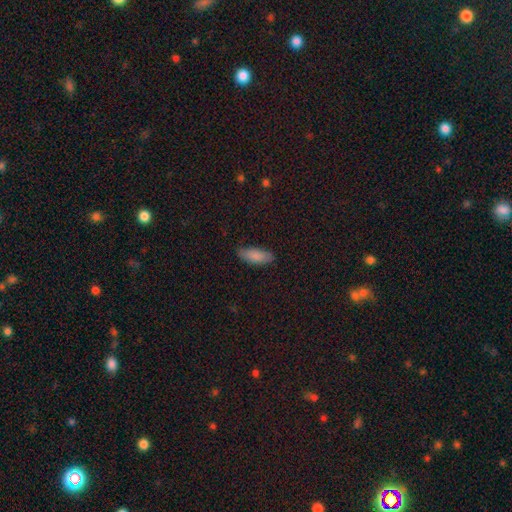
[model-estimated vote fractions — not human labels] Q: Smooth or featured?
A: smooth (86%); runner-up: featured or disk (8%)
Q: How rounded?
A: in between (76%); runner-up: cigar-shaped (22%)
Q: Merging?
A: none (82%); runner-up: minor disturbance (15%)